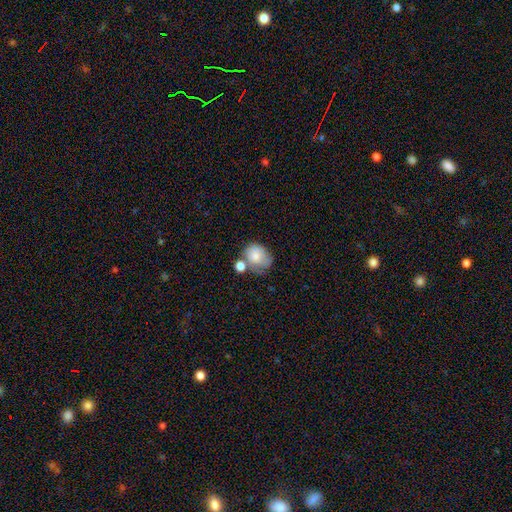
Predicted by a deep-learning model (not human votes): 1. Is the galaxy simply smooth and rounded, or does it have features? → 75% smooth, 17% featured or disk, 8% star or artifact.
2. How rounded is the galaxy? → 54% in between, 45% round, 1% cigar-shaped.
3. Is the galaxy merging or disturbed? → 39% none, 26% merger, 24% minor disturbance, 11% major disturbance.